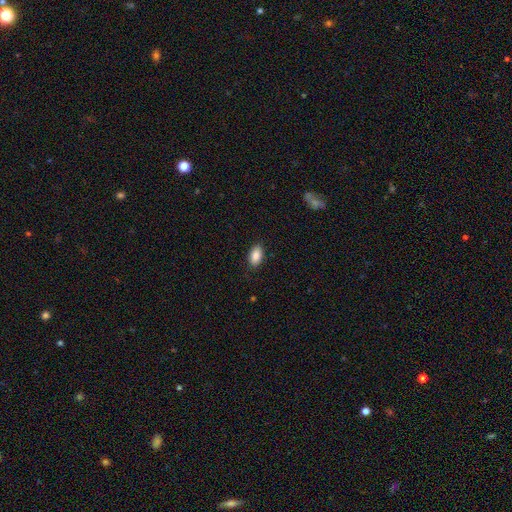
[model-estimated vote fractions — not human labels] A smooth galaxy with no disk features (88%) that is in between round and cigar-shaped (93%). Merging: none (87%).